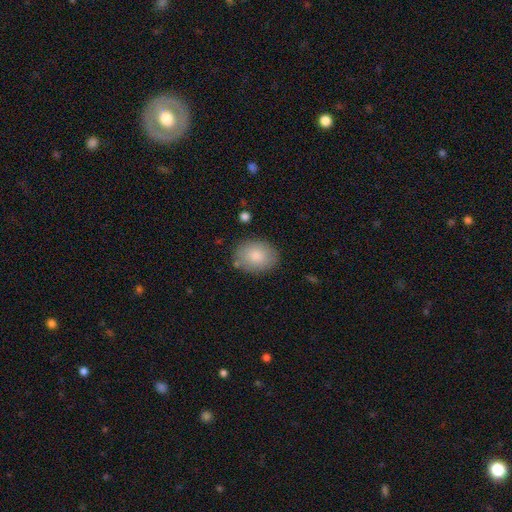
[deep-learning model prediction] Smooth or featured: smooth — 84% (featured or disk — 9%)
How rounded: in between — 67% (round — 32%)
Merging: none — 81% (minor disturbance — 13%)